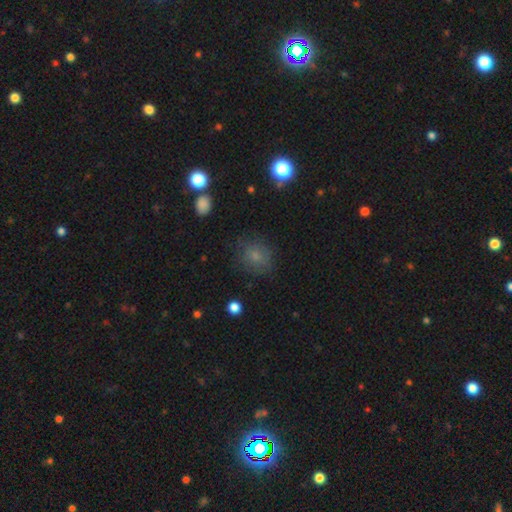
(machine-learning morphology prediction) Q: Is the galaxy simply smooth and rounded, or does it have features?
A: smooth — 73%.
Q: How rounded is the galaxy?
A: round — 75%.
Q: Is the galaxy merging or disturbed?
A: none — 75%.